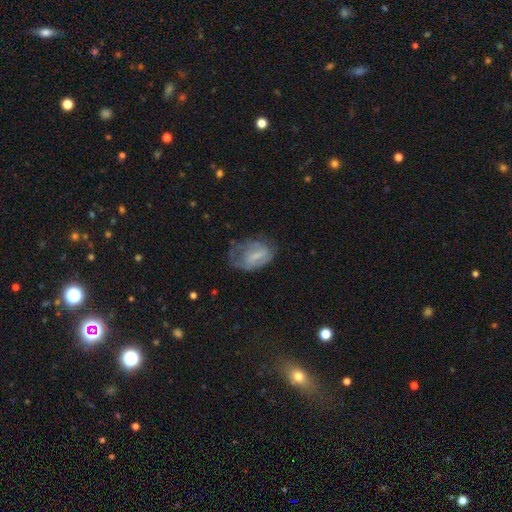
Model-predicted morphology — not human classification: type=smooth (45%, tied with featured or disk); merging=none (35%).